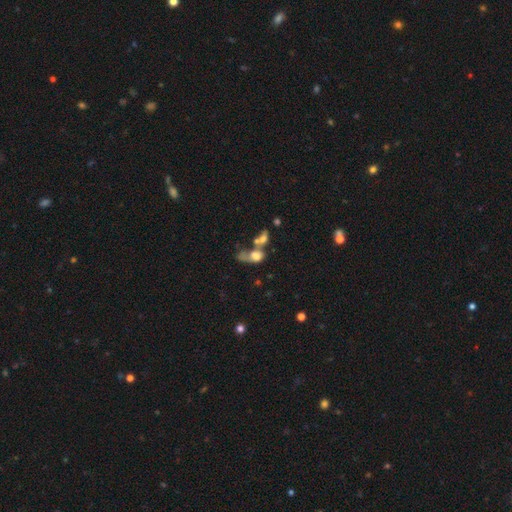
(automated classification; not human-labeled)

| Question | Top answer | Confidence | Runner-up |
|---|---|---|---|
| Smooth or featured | smooth | 59% | featured or disk (29%) |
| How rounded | in between | 69% | round (26%) |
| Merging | merger | 59% | major disturbance (20%) |